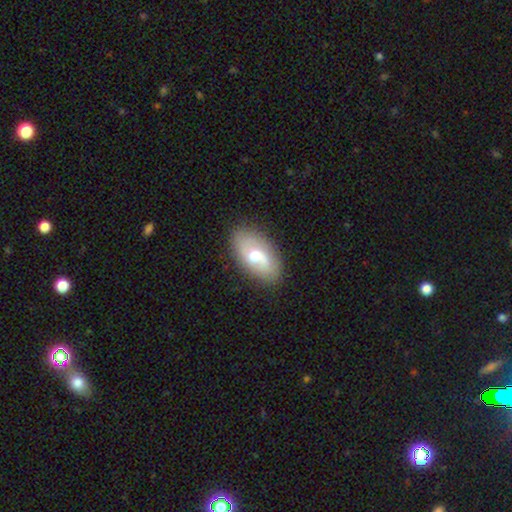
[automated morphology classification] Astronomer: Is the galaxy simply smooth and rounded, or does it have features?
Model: featured or disk — 50% (runner-up: smooth, 43%).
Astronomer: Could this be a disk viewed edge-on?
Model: no — 92%.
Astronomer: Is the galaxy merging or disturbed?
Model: none — 81%.